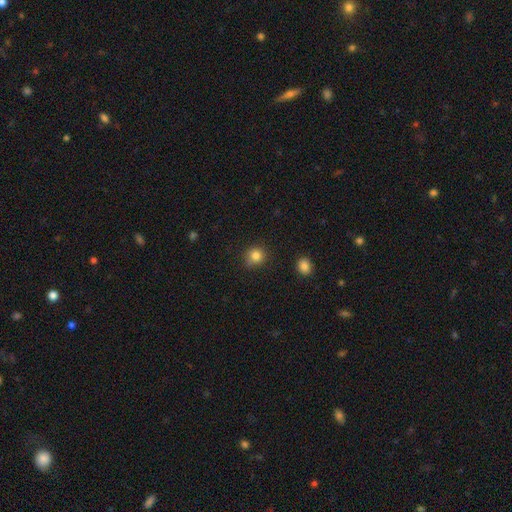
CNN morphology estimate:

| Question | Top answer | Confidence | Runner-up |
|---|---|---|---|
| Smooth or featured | smooth | 83% | star or artifact (12%) |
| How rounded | round | 88% | in between (11%) |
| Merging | none | 80% | minor disturbance (15%) |